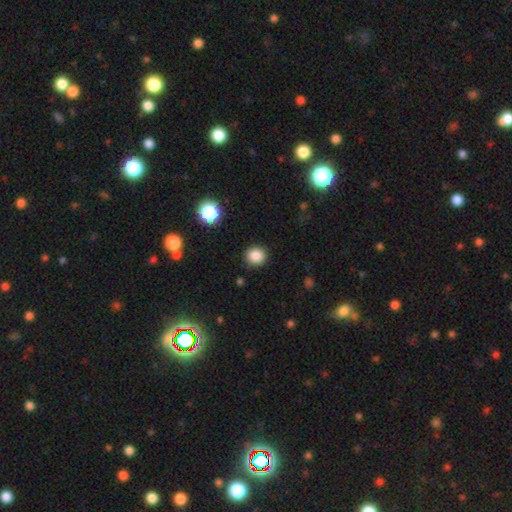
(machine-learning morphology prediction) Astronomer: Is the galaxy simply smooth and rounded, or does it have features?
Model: smooth — 85%.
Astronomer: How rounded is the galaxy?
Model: round — 85%.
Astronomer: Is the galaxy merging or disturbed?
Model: none — 90%.